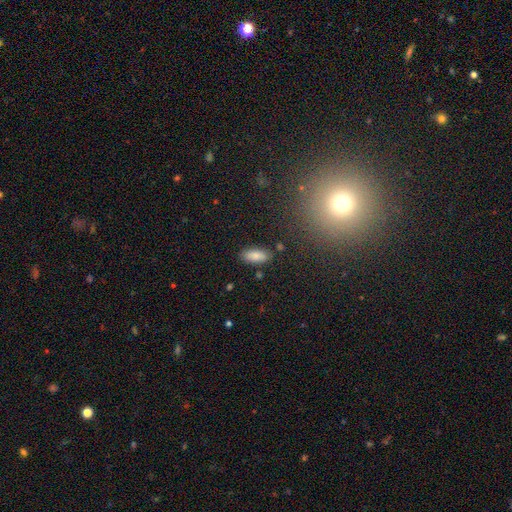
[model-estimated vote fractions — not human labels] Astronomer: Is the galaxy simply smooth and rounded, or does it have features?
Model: smooth — 85%.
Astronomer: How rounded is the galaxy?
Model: in between — 83%.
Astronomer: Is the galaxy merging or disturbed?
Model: none — 83%.